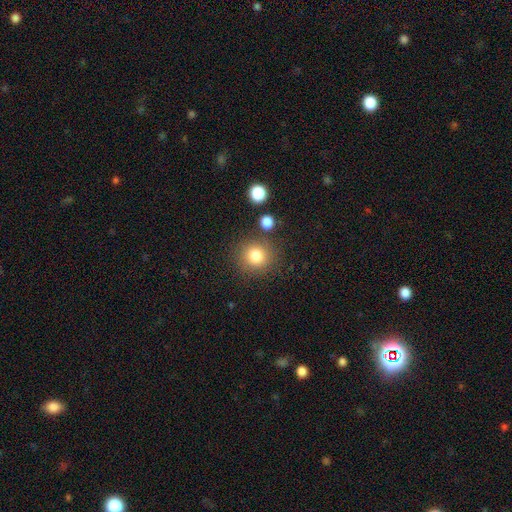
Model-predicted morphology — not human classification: Smooth or featured?
  - smooth: 81% *
  - star or artifact: 12%
  - featured or disk: 8%
How rounded?
  - round: 88% *
  - in between: 11%
  - cigar-shaped: 1%
Merging?
  - none: 82% *
  - minor disturbance: 9%
  - merger: 5%
  - major disturbance: 3%